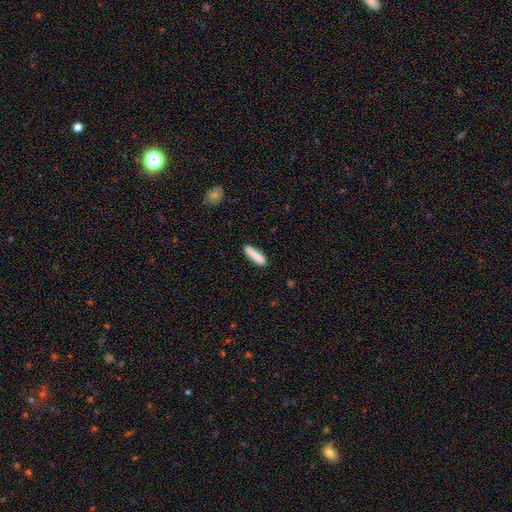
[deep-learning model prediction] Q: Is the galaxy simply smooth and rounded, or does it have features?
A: smooth — 85%.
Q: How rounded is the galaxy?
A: cigar-shaped — 83%.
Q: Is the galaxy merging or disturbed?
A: none — 85%.